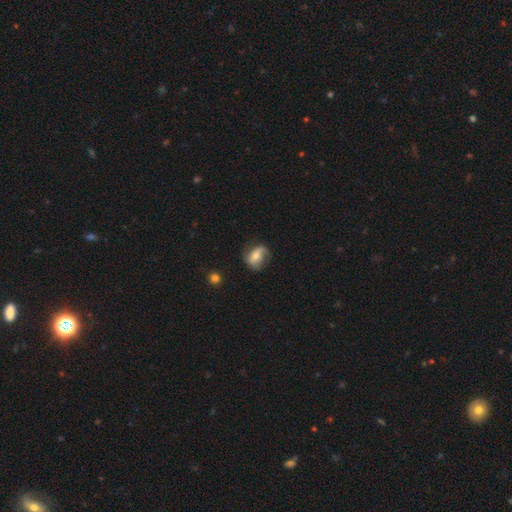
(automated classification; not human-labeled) featured or disk 53%, smooth 39%, star or artifact 8%. Down the decision tree: edge-on disk — no (95%); bar — no (44%); spiral arms — yes (81%); bulge size — moderate (59%); merging — none (58%).